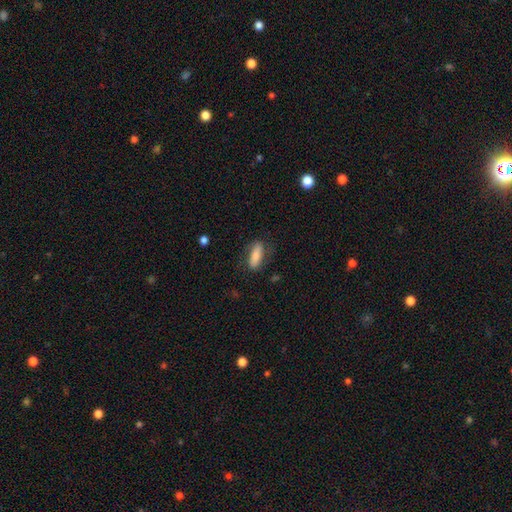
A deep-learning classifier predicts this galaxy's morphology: smooth-or-featured: smooth: 78% | featured or disk: 15% | star or artifact: 7%
  how-rounded: in between: 66% | cigar-shaped: 32% | round: 2%
  merging: none: 72% | minor disturbance: 18% | major disturbance: 8% | merger: 2%